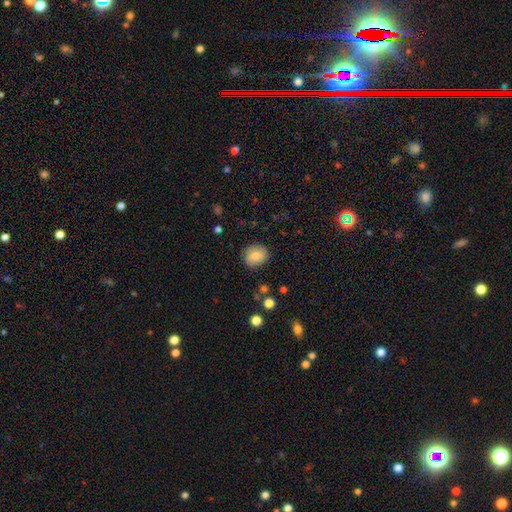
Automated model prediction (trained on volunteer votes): smooth-or-featured: smooth: 82% | featured or disk: 9% | star or artifact: 8%
  how-rounded: round: 71% | in between: 28% | cigar-shaped: 1%
  merging: none: 86% | minor disturbance: 10% | major disturbance: 3% | merger: 1%